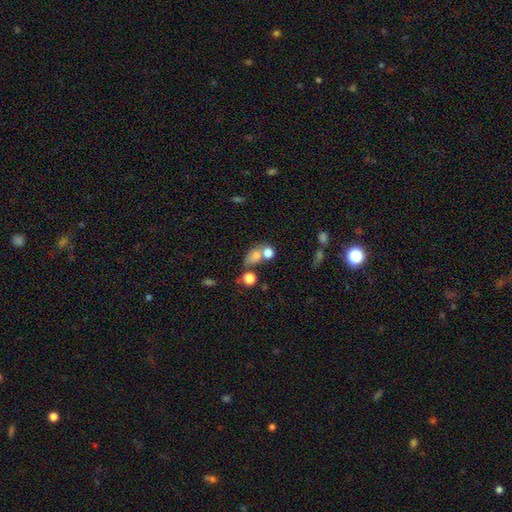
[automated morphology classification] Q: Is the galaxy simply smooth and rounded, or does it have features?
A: smooth — 71%.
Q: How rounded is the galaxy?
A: in between — 54%.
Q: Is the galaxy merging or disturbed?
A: merger — 45%.